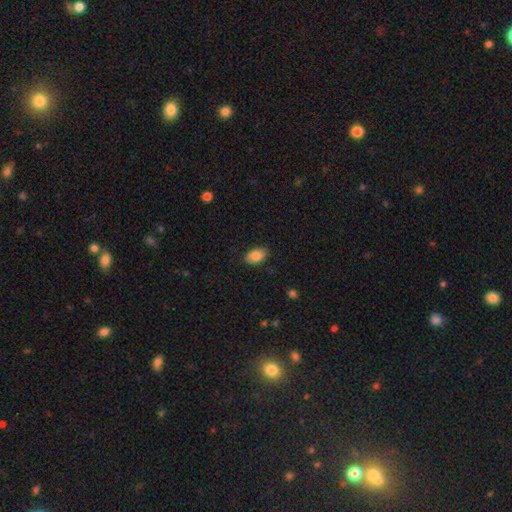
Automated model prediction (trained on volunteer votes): Morphology: type=smooth (85%); roundness=in between (92%); merging=none (87%).